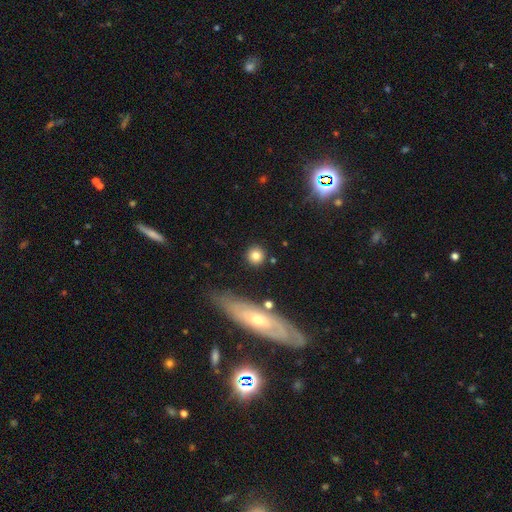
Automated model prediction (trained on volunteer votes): Overall: smooth (80%). How rounded: round (92%). Merging: none (86%).